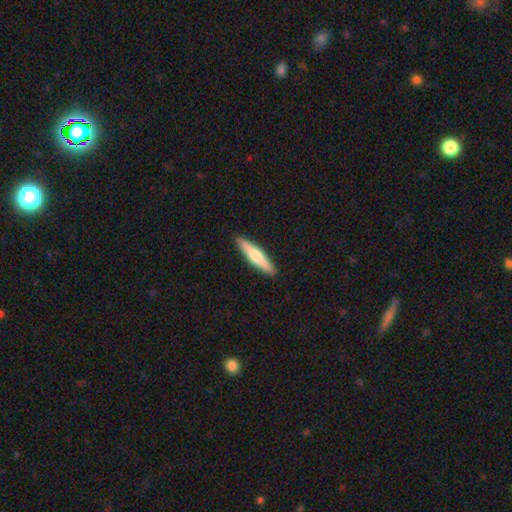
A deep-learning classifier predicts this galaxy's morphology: Smooth or featured?
  - smooth: 56% *
  - featured or disk: 39%
  - star or artifact: 5%
How rounded?
  - cigar-shaped: 87% *
  - in between: 11%
  - round: 2%
Merging?
  - none: 92% *
  - minor disturbance: 6%
  - major disturbance: 1%
  - merger: 1%